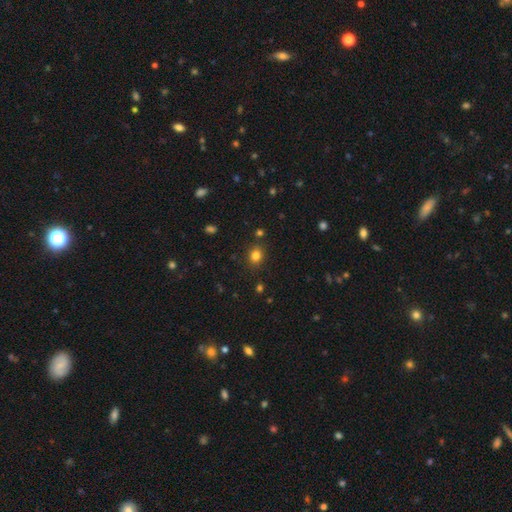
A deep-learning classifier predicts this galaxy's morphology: type=smooth (80%); roundness=round (65%); merging=none (85%).